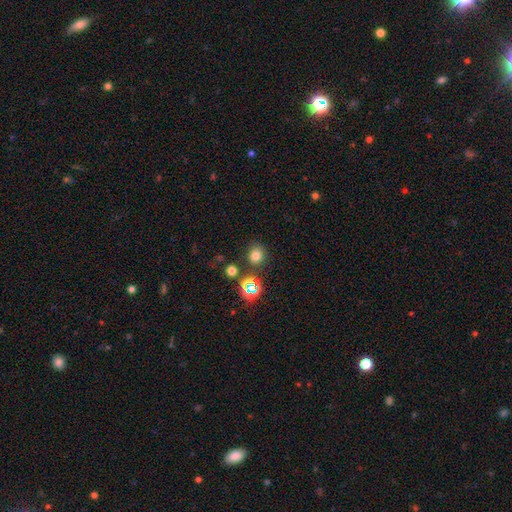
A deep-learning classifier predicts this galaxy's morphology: Smooth or featured?
  - smooth: 73% *
  - star or artifact: 20%
  - featured or disk: 7%
How rounded?
  - round: 80% *
  - in between: 19%
  - cigar-shaped: 1%
Merging?
  - none: 80% *
  - minor disturbance: 10%
  - merger: 7%
  - major disturbance: 3%